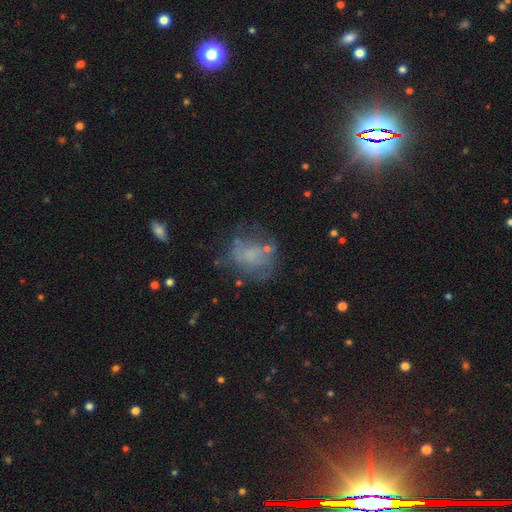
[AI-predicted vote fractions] smooth_or_featured: smooth (p=0.45) [alt: featured or disk p=0.37]
merging: none (p=0.52) [alt: minor disturbance p=0.22]